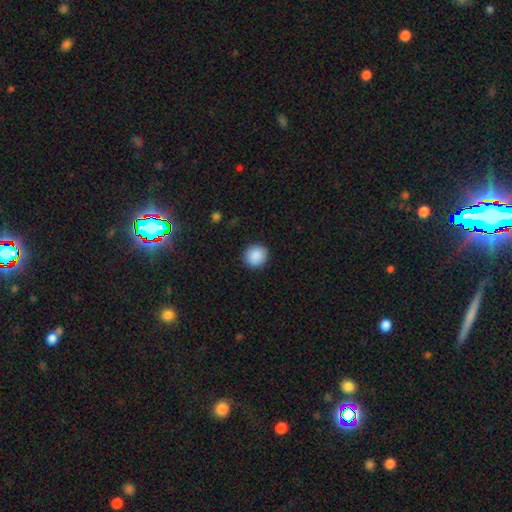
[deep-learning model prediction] Q: Smooth or featured?
A: smooth (89%); runner-up: star or artifact (8%)
Q: How rounded?
A: round (90%); runner-up: in between (9%)
Q: Merging?
A: none (91%); runner-up: minor disturbance (6%)